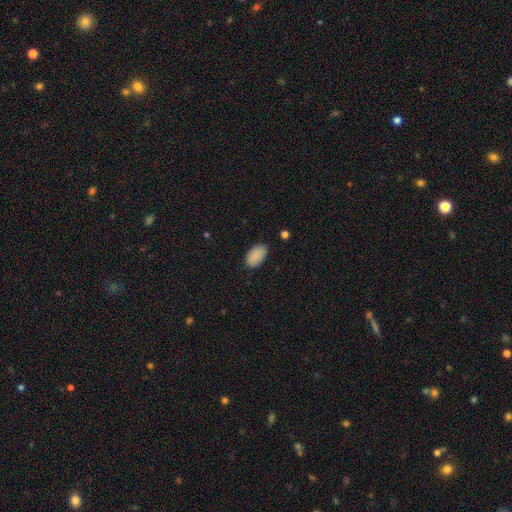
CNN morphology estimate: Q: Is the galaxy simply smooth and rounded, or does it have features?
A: smooth — 88%.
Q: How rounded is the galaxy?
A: in between — 93%.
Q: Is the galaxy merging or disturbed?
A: none — 82%.